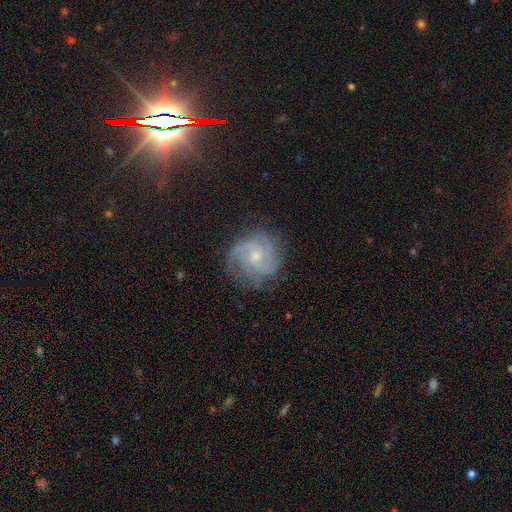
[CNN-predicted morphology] A featured or disk galaxy (83%) with no bar (70%), 3 (32%) tight (56%) spiral arms (96%) and a small central bulge (69%). Merging: none (73%).